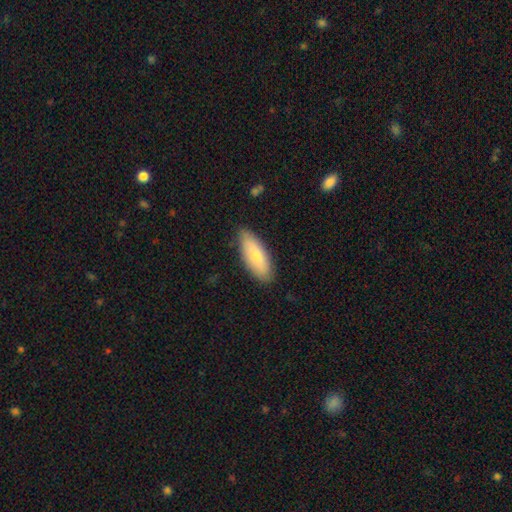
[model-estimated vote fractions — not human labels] Smooth or featured? smooth (75%)
How rounded? in between (76%)
Merging? none (82%)